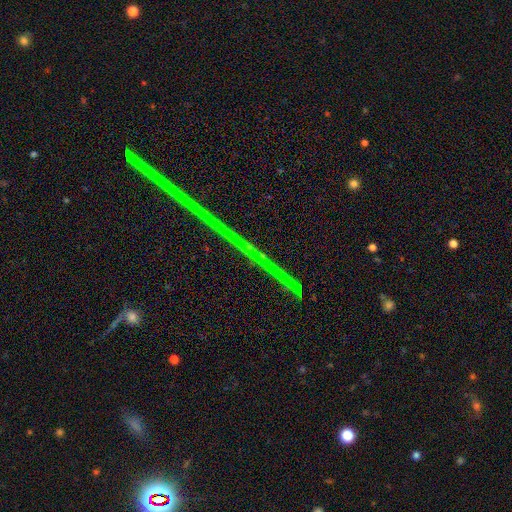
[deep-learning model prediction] This is clearly a star or artifact rather than a galaxy (80%).